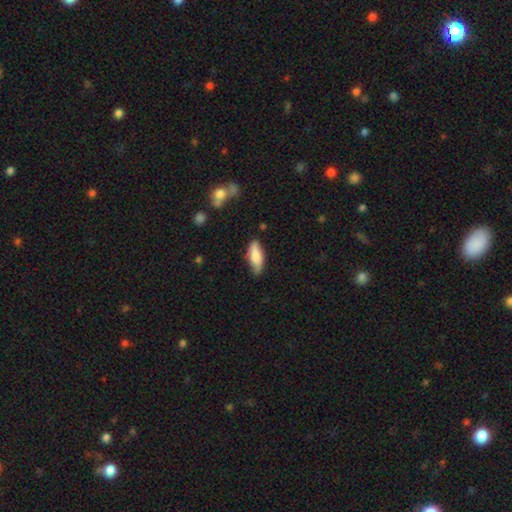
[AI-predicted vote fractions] This is likely a smooth galaxy (73%). How rounded: likely in between (70%). Merging: likely none (74%).